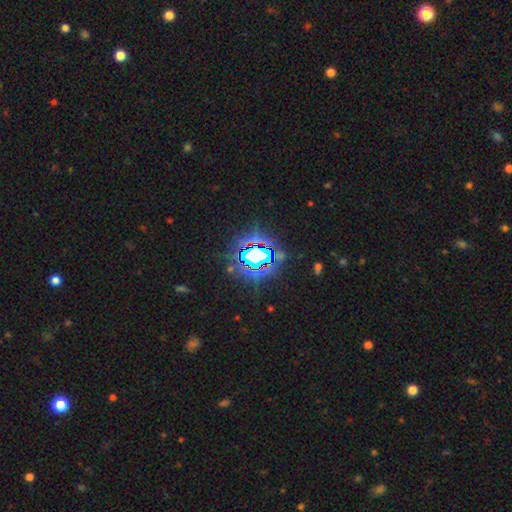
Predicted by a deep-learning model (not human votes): Smooth or featured?
  - star or artifact: 75% *
  - smooth: 14%
  - featured or disk: 11%